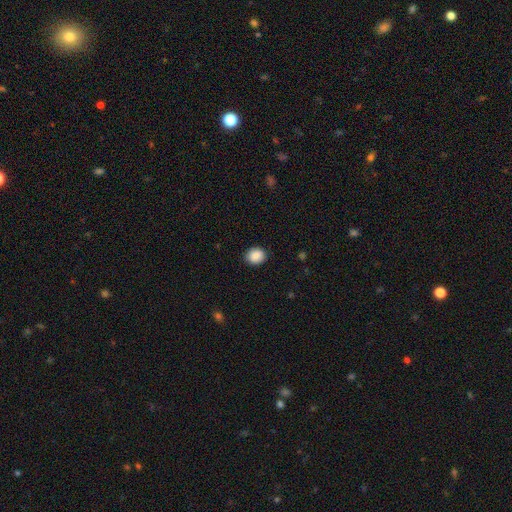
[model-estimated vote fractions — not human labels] The model was most divided on "how rounded": round: 63%, in between: 36%, cigar-shaped: 1%. More confident: smooth or featured — smooth (89%); merging — none (89%).